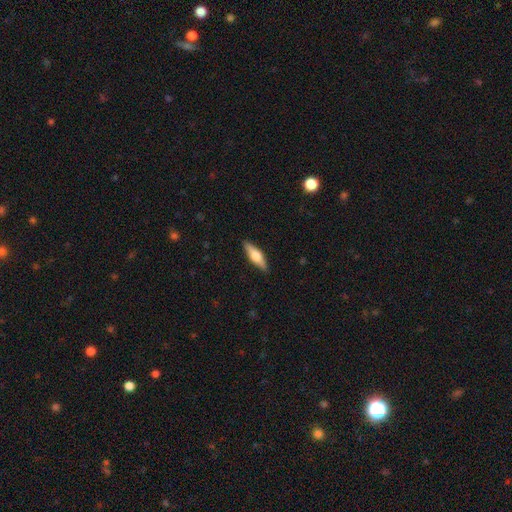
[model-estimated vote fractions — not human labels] This is possibly a featured or disk galaxy (50%). Merging: clearly none (90%).